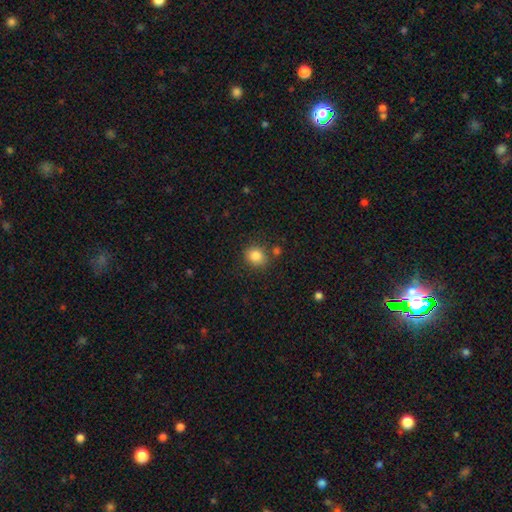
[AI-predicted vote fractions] smooth-or-featured: smooth: 85% | star or artifact: 10% | featured or disk: 5%
  how-rounded: round: 73% | in between: 26% | cigar-shaped: 1%
  merging: none: 79% | minor disturbance: 11% | merger: 6% | major disturbance: 3%